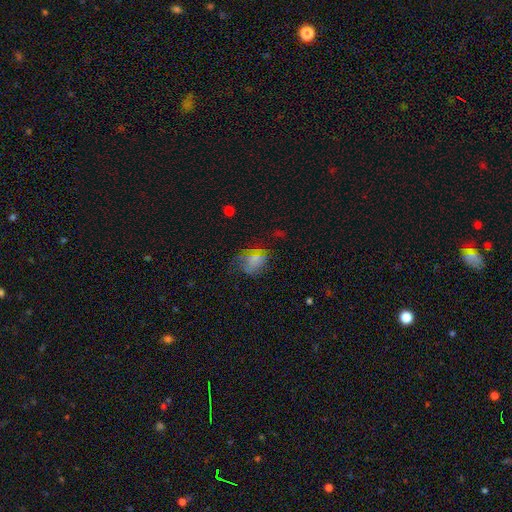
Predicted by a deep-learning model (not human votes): smooth 48%, featured or disk 30%, star or artifact 22%. Down the decision tree: merging — none (56%).